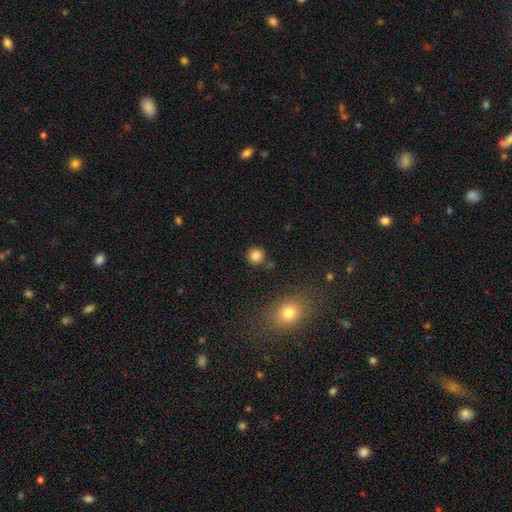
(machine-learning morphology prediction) This is clearly a smooth galaxy (84%). How rounded: clearly round (92%). Merging: clearly none (84%).